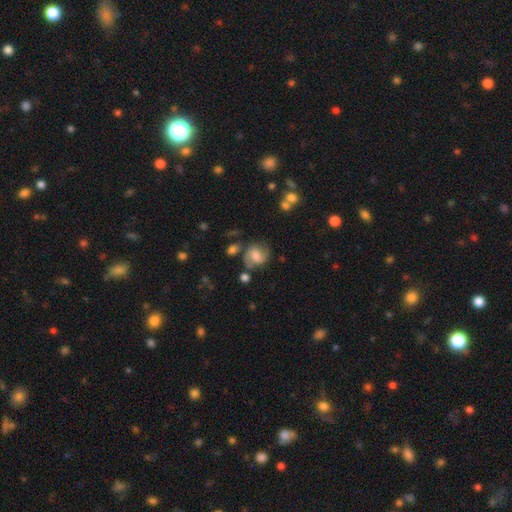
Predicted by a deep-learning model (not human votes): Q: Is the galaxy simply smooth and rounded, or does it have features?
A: featured or disk — 57%.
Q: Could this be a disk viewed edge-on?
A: no — 97%.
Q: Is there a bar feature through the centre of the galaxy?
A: weak — 47%.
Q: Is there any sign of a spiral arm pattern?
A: yes — 88%.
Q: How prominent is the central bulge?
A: moderate — 47%.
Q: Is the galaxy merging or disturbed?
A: none — 64%.